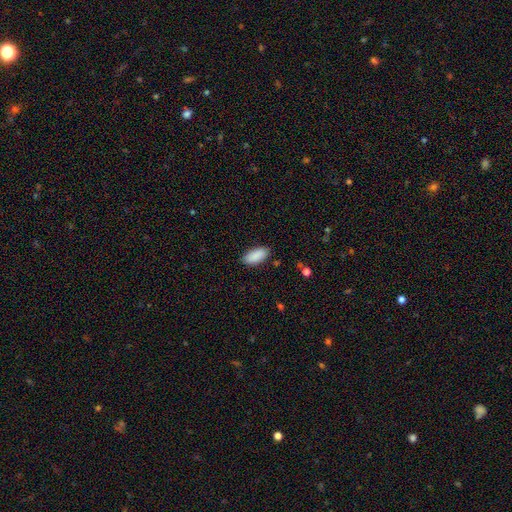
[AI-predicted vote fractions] The model was most divided on "merging": none: 86%, minor disturbance: 11%, major disturbance: 2%, merger: 1%. More confident: smooth or featured — smooth (90%); how rounded — in between (89%).